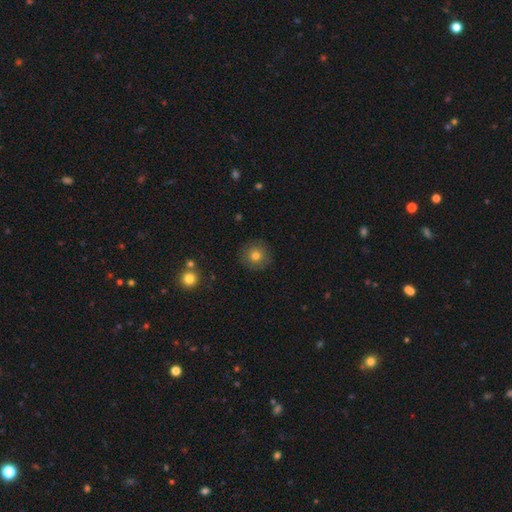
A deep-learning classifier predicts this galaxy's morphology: smooth 76%, featured or disk 13%, star or artifact 11%. Down the decision tree: how rounded — round (94%); merging — none (89%).